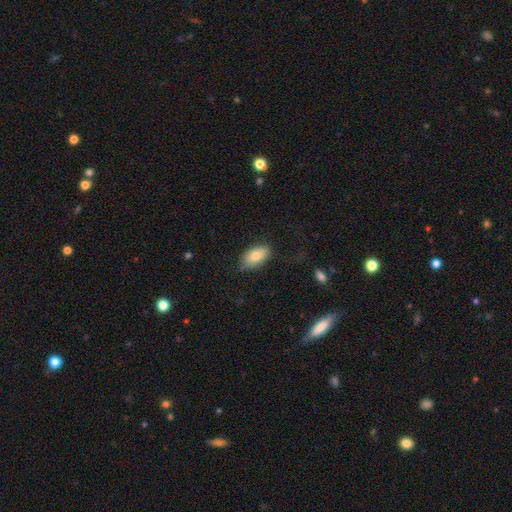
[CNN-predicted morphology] This is clearly a smooth galaxy (80%). How rounded: clearly in between (93%). Merging: likely none (73%).